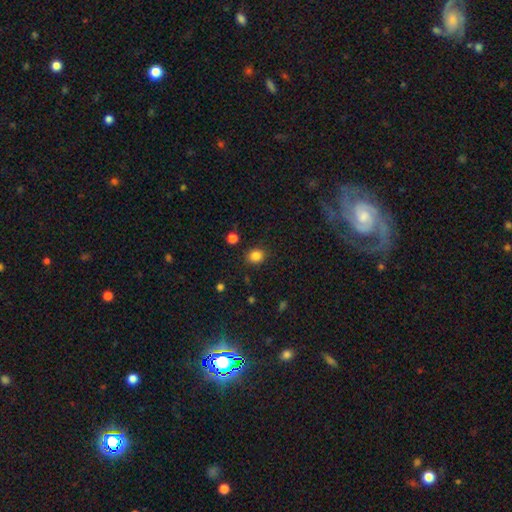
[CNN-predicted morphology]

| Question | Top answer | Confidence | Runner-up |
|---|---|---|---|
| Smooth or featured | smooth | 84% | star or artifact (11%) |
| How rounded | round | 64% | in between (35%) |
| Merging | none | 86% | minor disturbance (9%) |